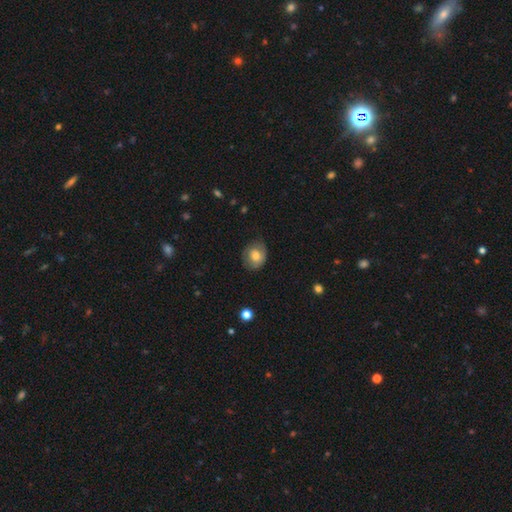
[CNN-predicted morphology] Smooth or featured?
  - smooth: 70% *
  - featured or disk: 22%
  - star or artifact: 8%
How rounded?
  - round: 63% *
  - in between: 36%
  - cigar-shaped: 1%
Merging?
  - none: 71% *
  - minor disturbance: 22%
  - major disturbance: 6%
  - merger: 1%